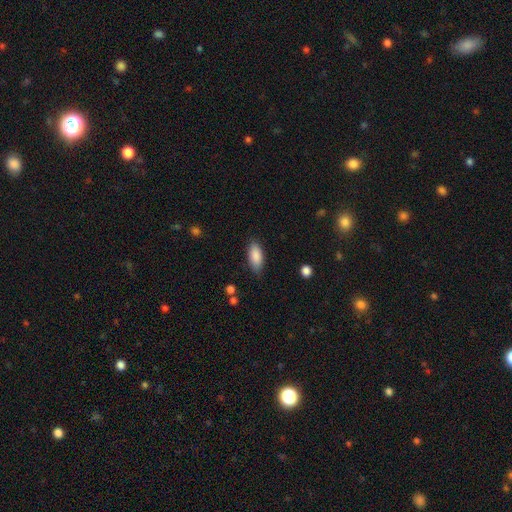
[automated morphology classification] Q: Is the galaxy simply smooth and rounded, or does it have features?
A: smooth — 87%.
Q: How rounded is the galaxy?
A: in between — 87%.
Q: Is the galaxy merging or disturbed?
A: none — 81%.